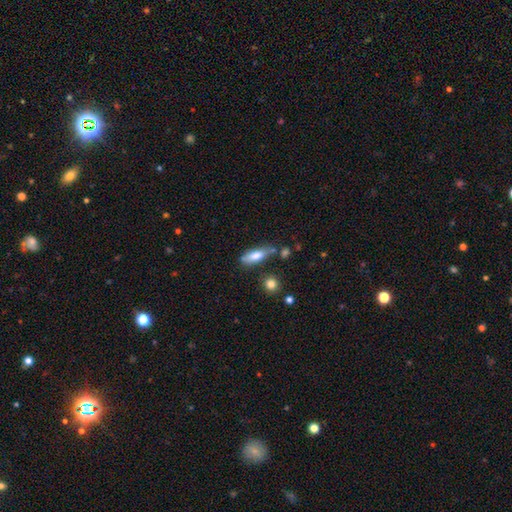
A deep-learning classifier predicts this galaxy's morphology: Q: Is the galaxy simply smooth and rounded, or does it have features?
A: smooth — 72%.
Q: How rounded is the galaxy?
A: in between — 56%.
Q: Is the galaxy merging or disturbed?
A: none — 61%.